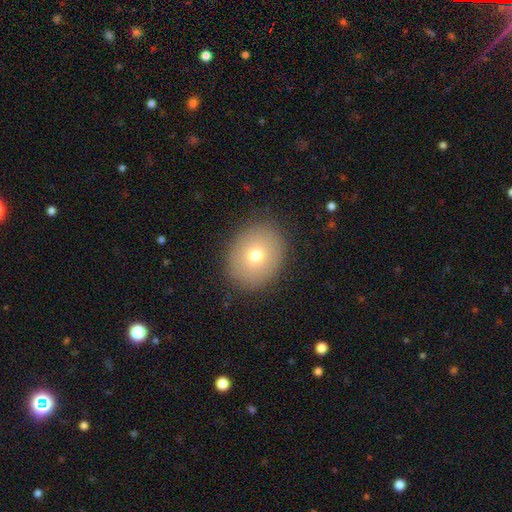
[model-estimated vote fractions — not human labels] Q: Smooth or featured?
A: smooth (71%); runner-up: featured or disk (16%)
Q: How rounded?
A: round (58%); runner-up: in between (41%)
Q: Merging?
A: none (87%); runner-up: minor disturbance (9%)